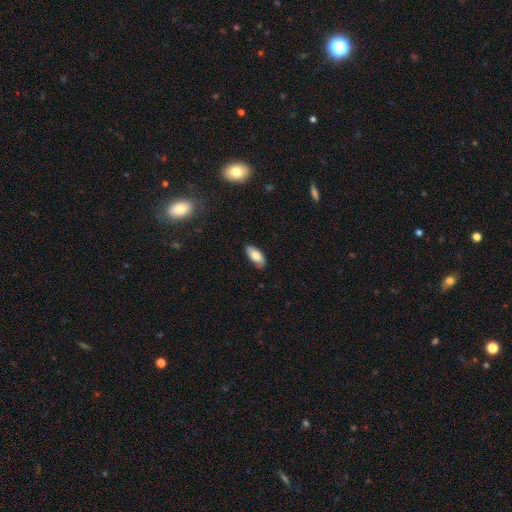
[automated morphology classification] Smooth or featured: smooth — 81% (featured or disk — 12%)
How rounded: in between — 89% (cigar-shaped — 9%)
Merging: none — 82% (minor disturbance — 15%)